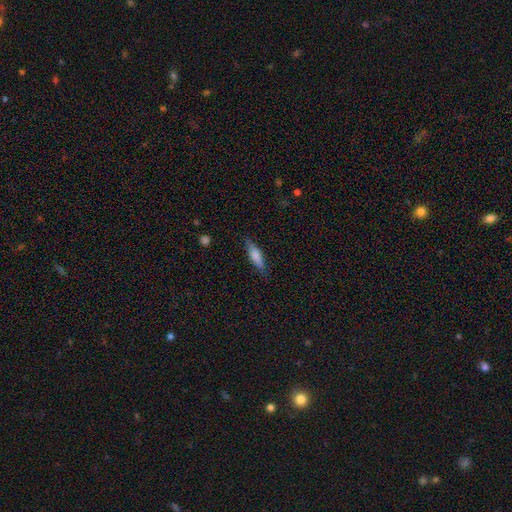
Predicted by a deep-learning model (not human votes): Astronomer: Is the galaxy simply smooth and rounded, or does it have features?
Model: smooth — 69%.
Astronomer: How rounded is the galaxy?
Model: cigar-shaped — 65%.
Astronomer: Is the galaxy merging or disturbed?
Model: none — 82%.